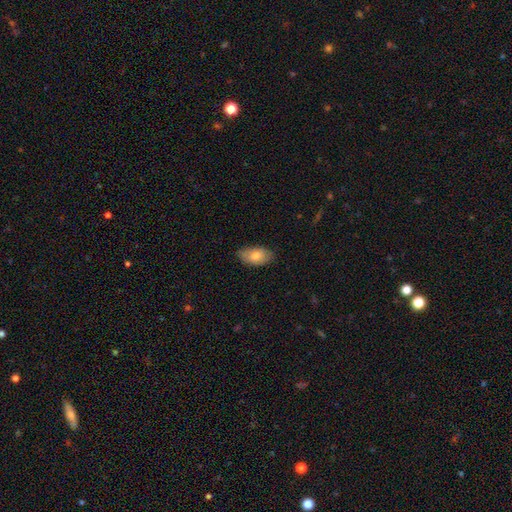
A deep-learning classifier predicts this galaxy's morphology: Smooth or featured?
  - smooth: 80% *
  - featured or disk: 14%
  - star or artifact: 6%
How rounded?
  - in between: 93% *
  - round: 4%
  - cigar-shaped: 3%
Merging?
  - none: 78% *
  - minor disturbance: 18%
  - major disturbance: 3%
  - merger: 1%